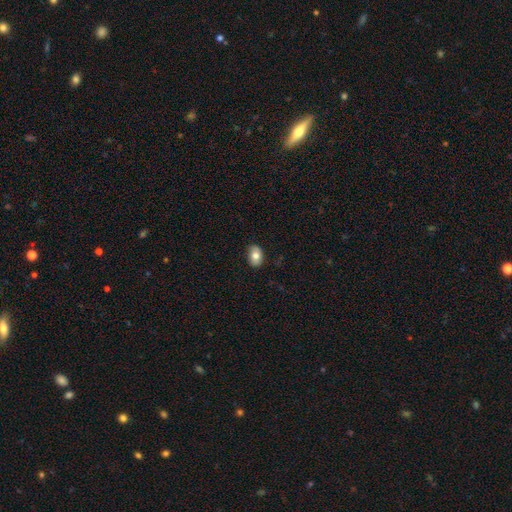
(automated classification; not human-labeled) Morphology: type=smooth (78%); roundness=in between (84%); merging=none (85%).